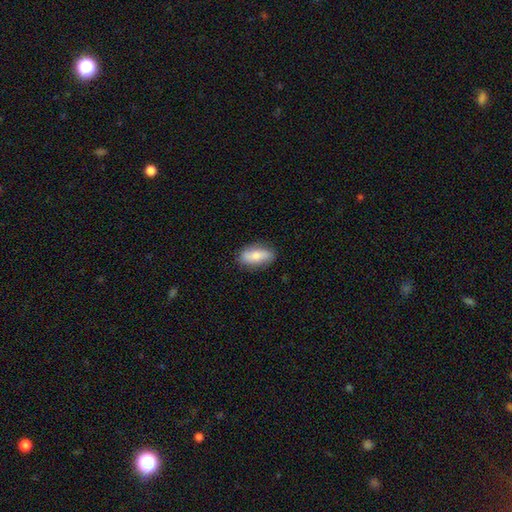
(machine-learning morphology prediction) This appears to be a smooth galaxy with no disk features (73%) that is in between round and cigar-shaped (84%). Merging: none (83%).